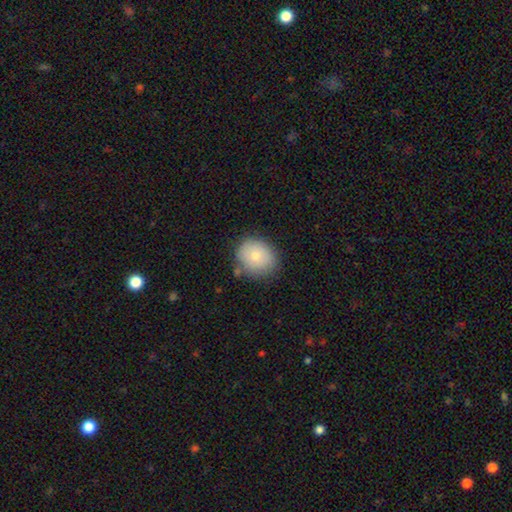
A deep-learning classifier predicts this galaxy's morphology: Q: Smooth or featured?
A: smooth (75%); runner-up: featured or disk (17%)
Q: How rounded?
A: round (72%); runner-up: in between (27%)
Q: Merging?
A: none (76%); runner-up: minor disturbance (17%)